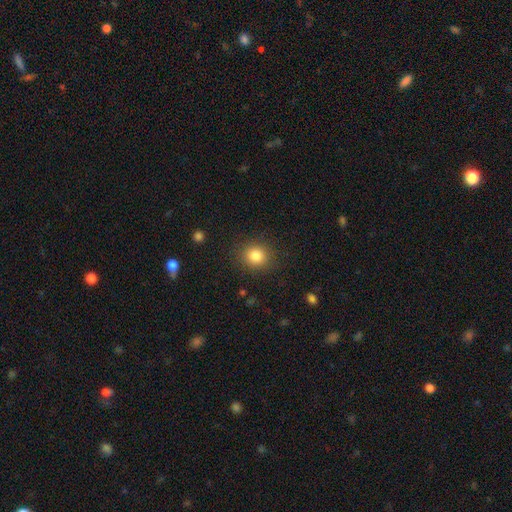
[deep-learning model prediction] smooth 82%, star or artifact 12%, featured or disk 6%. Down the decision tree: how rounded — round (82%); merging — none (88%).